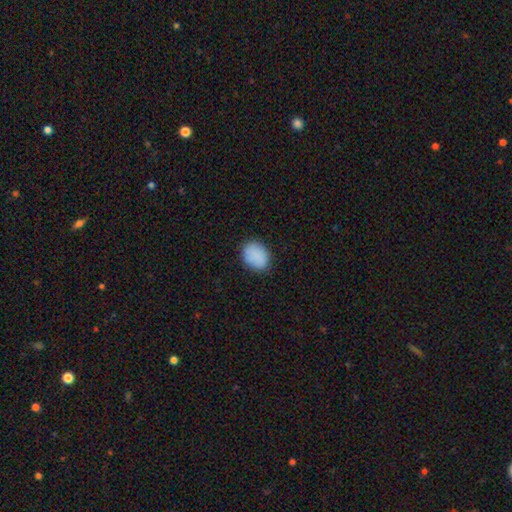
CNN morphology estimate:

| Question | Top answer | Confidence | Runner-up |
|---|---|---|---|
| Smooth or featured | smooth | 87% | star or artifact (8%) |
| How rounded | in between | 62% | round (37%) |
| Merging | none | 81% | minor disturbance (15%) |